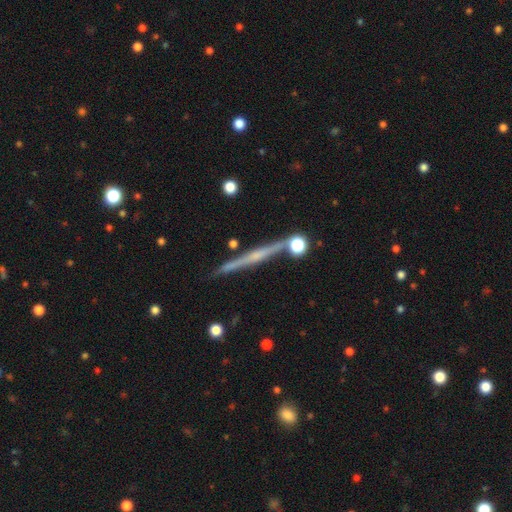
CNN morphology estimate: Smooth or featured? featured or disk (70%)
Edge-on disk? yes (98%)
Edge-on bulge? none (48%)
Merging? none (86%)